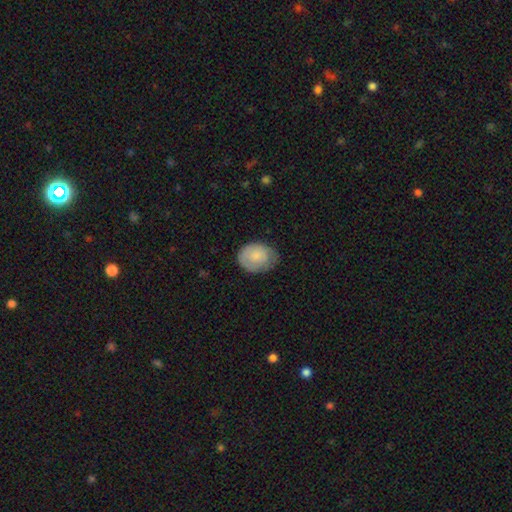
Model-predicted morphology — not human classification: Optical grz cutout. It shows a smooth galaxy with no disk features (76%) that is in between round and cigar-shaped (53%). Merging: none (63%).